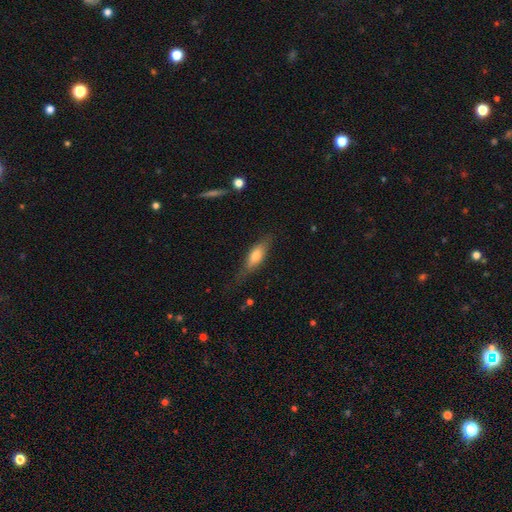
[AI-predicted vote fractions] The model was most divided on "how rounded": in between: 54%, cigar-shaped: 43%, round: 3%. More confident: merging — none (69%); smooth or featured — smooth (63%).